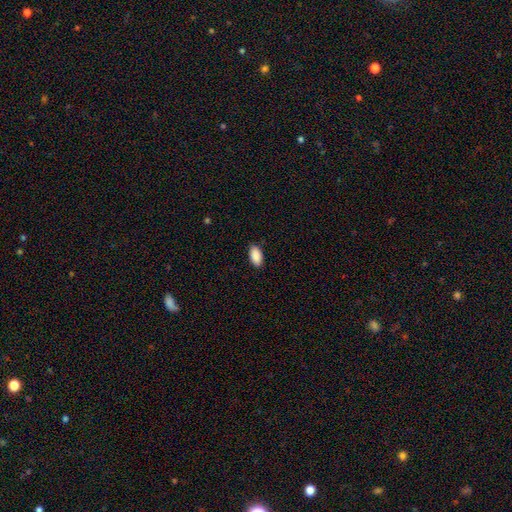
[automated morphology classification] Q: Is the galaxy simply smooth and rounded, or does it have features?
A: smooth — 90%.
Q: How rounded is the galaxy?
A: in between — 94%.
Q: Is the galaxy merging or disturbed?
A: none — 87%.